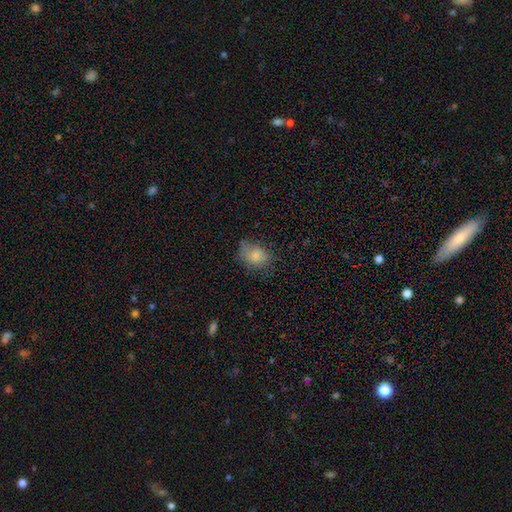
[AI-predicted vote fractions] Smooth or featured?
  - smooth: 80% *
  - featured or disk: 10%
  - star or artifact: 10%
How rounded?
  - in between: 62% *
  - round: 37%
  - cigar-shaped: 1%
Merging?
  - none: 60% *
  - minor disturbance: 27%
  - major disturbance: 11%
  - merger: 2%